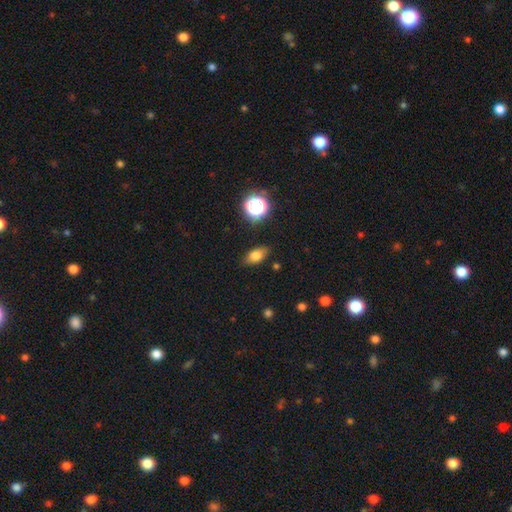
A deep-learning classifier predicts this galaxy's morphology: A smooth galaxy with no disk features (74%) that is in between round and cigar-shaped (81%). Merging: none (84%).